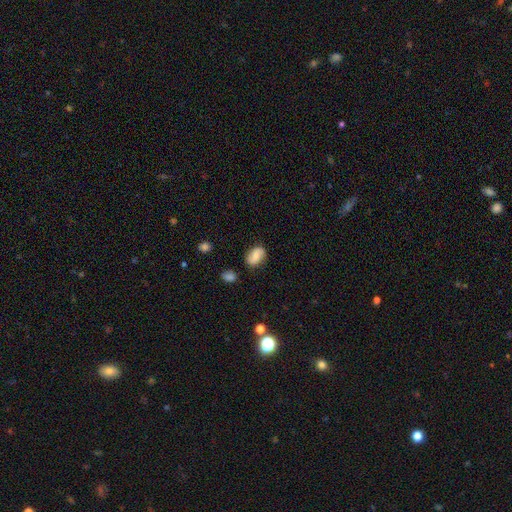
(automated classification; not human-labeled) smooth 65%, featured or disk 26%, star or artifact 9%. Down the decision tree: how rounded — in between (85%); merging — none (78%).